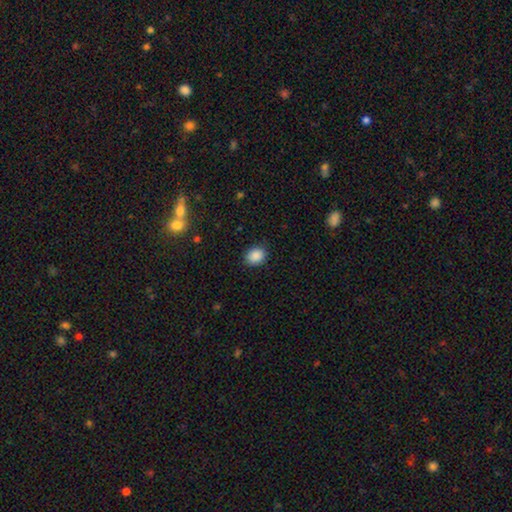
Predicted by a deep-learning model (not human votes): Smooth or featured? smooth (89%)
How rounded? round (53%)
Merging? none (87%)